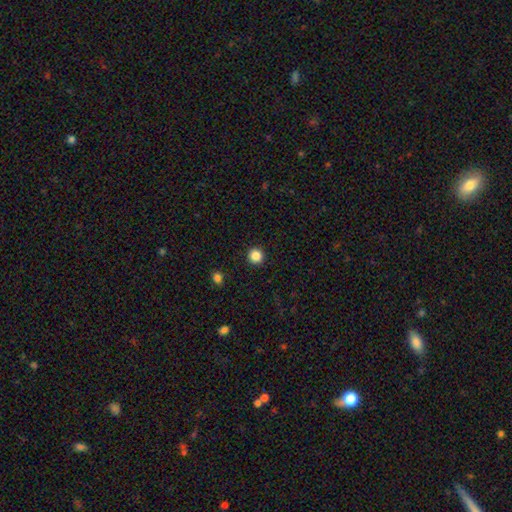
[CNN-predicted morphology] smooth-or-featured: smooth: 86% | star or artifact: 11% | featured or disk: 3%
  how-rounded: round: 95% | in between: 4% | cigar-shaped: 1%
  merging: none: 93% | minor disturbance: 4% | major disturbance: 2% | merger: 1%